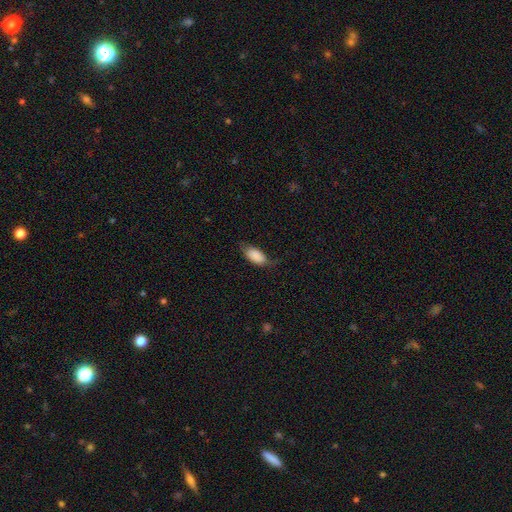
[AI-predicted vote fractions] This is clearly a smooth galaxy (86%). How rounded: clearly in between (93%). Merging: possibly none (58%).